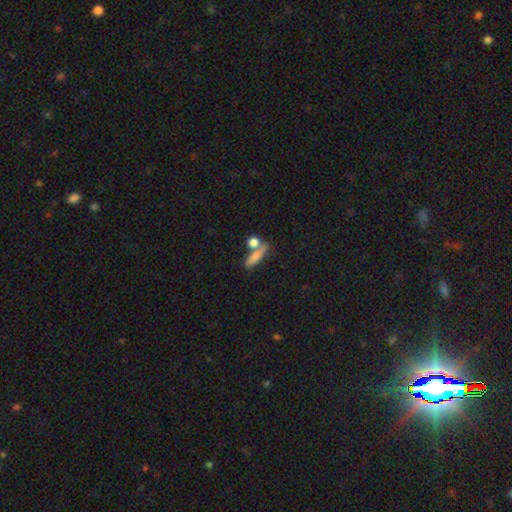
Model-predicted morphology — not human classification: The model was most divided on "how rounded": cigar-shaped: 46%, in between: 41%, round: 13%. Remaining: smooth or featured — smooth (76%); merging — none (49%).